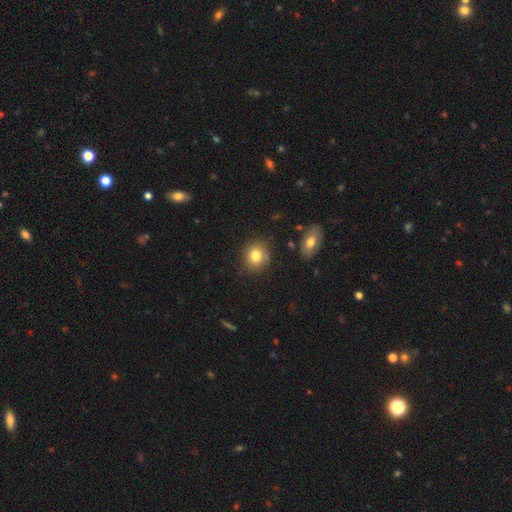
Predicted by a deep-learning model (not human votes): This is clearly a smooth galaxy (81%). How rounded: likely round (78%). Merging: clearly none (85%).